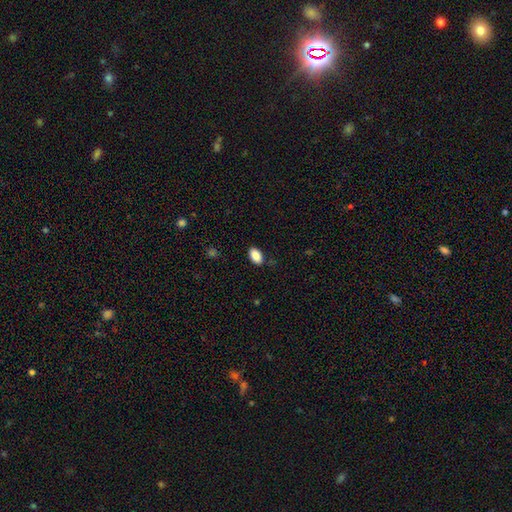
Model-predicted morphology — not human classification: Overall: smooth (89%). How rounded: in between (93%). Merging: none (85%).